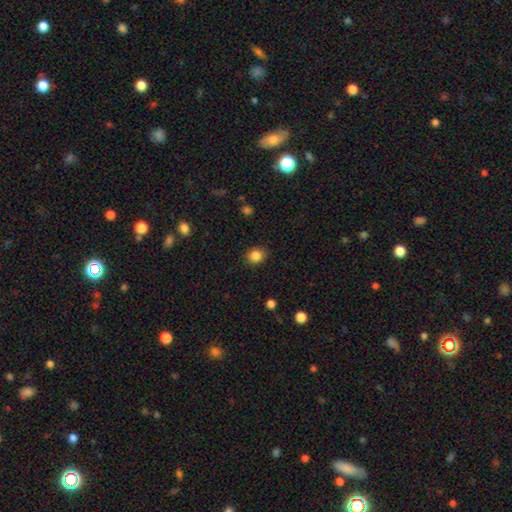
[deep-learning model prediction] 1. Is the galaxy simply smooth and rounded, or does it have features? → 85% smooth, 10% star or artifact, 5% featured or disk.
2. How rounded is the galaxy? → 69% round, 30% in between, 1% cigar-shaped.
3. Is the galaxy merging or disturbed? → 88% none, 8% minor disturbance, 2% major disturbance, 1% merger.